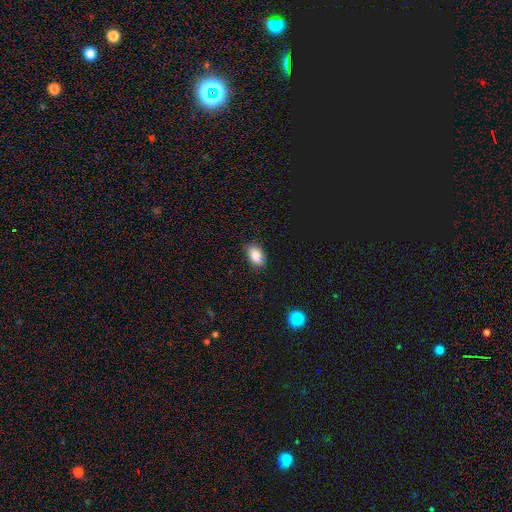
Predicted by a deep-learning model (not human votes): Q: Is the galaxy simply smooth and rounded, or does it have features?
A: smooth — 83%.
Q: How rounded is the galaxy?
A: in between — 85%.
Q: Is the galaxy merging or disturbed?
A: none — 86%.